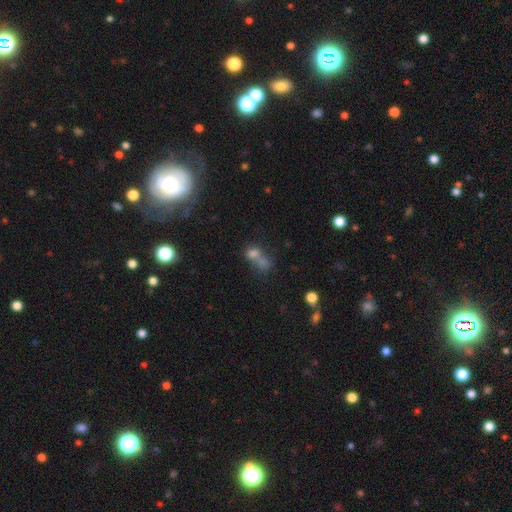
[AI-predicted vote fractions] Overall: smooth (65%). How rounded: round (49%; in between 47%). Merging: merger (57%; none 27%).